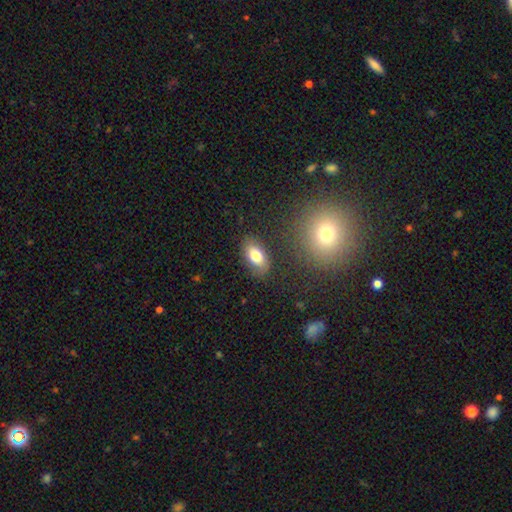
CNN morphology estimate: type=smooth (77%); roundness=in between (91%); merging=none (82%).